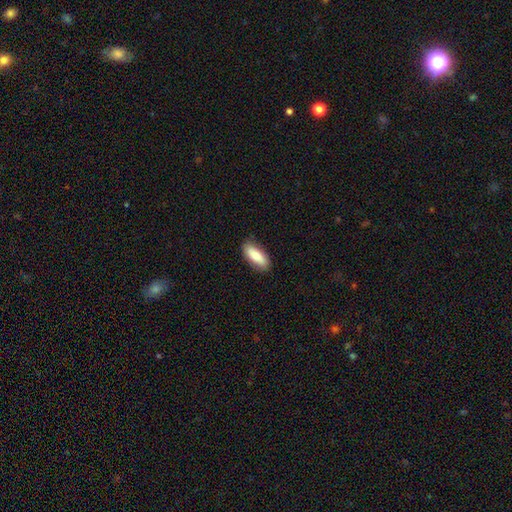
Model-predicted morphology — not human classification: smooth_or_featured: smooth (p=0.80) [alt: featured or disk p=0.14]
how_rounded: in between (p=0.80) [alt: cigar-shaped p=0.18]
merging: none (p=0.85) [alt: minor disturbance p=0.12]